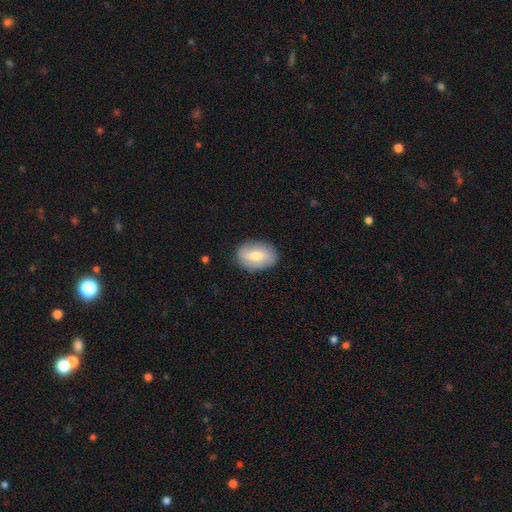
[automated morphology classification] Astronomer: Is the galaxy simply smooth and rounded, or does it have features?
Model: smooth — 53% (runner-up: featured or disk, 40%).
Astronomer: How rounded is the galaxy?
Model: in between — 78%.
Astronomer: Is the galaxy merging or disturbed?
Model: none — 82%.